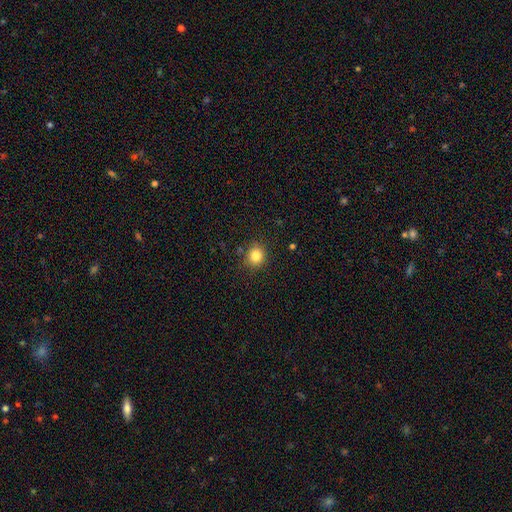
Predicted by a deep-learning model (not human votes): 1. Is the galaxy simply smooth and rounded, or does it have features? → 83% smooth, 11% star or artifact, 6% featured or disk.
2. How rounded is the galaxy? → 83% round, 16% in between, 1% cigar-shaped.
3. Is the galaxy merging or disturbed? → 85% none, 10% minor disturbance, 3% major disturbance, 2% merger.